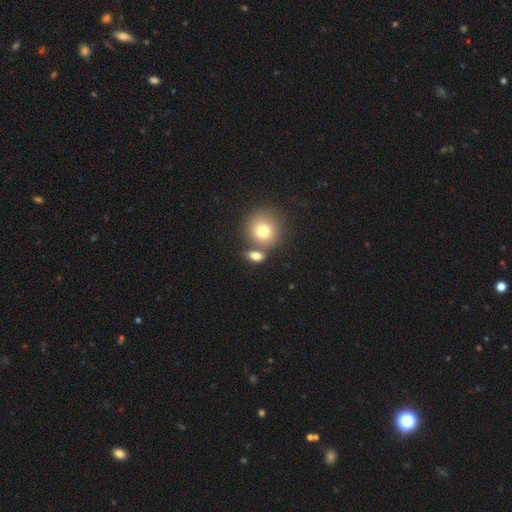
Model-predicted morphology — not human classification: A smooth galaxy with no disk features (78%) that is in between round and cigar-shaped (61%).

Vote fractions:
- Smooth or featured? smooth: 78% / featured or disk: 12% / star or artifact: 10%
- How rounded? in between: 61% / round: 34% / cigar-shaped: 5%
- Merging? none: 54% / merger: 30% / minor disturbance: 11% / major disturbance: 4%